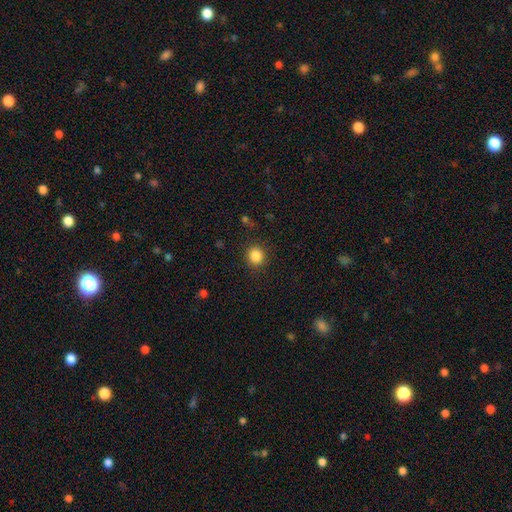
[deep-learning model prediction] This appears to be a smooth galaxy with no disk features (86%) that is round (85%). Merging: none (89%).